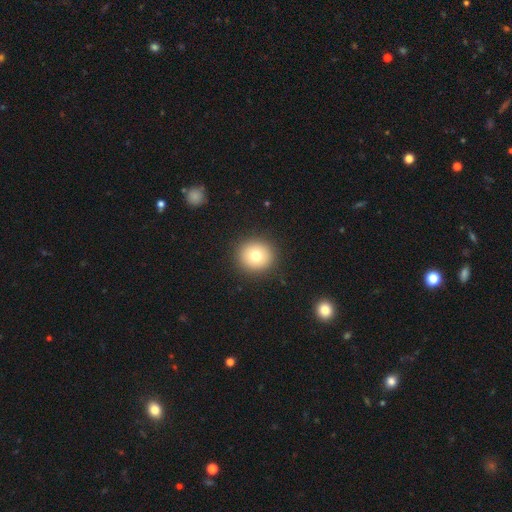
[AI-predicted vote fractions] The model was most divided on "smooth or featured": smooth: 74%, featured or disk: 15%, star or artifact: 11%. More confident: how rounded — round (92%); merging — none (91%).